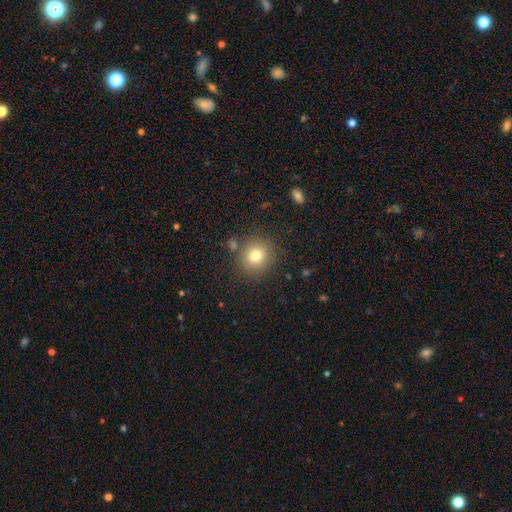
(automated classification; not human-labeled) Smooth or featured? smooth (78%)
How rounded? round (90%)
Merging? none (83%)